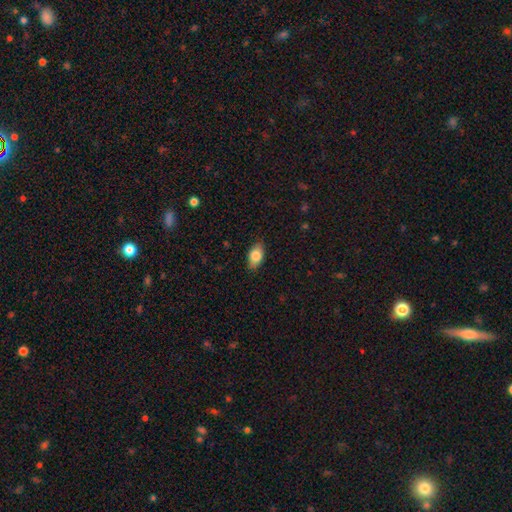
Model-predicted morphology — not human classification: A smooth galaxy with no disk features (82%) that is in between round and cigar-shaped (91%). Merging: none (87%).